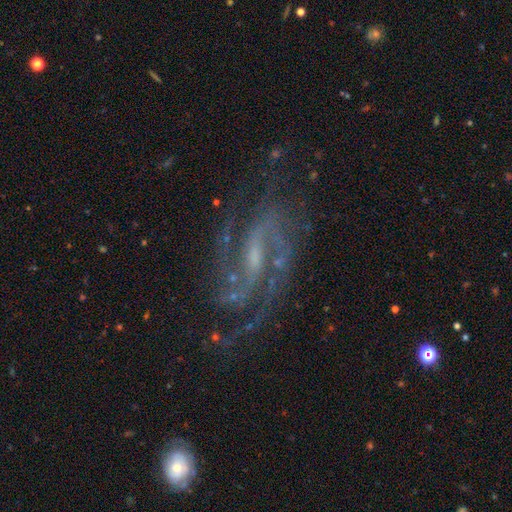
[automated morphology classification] A featured or disk galaxy (88%) with a weak bar (51%), 2 (55%) medium (53%) spiral arms (97%) and a small central bulge (60%). Merging: none (70%).